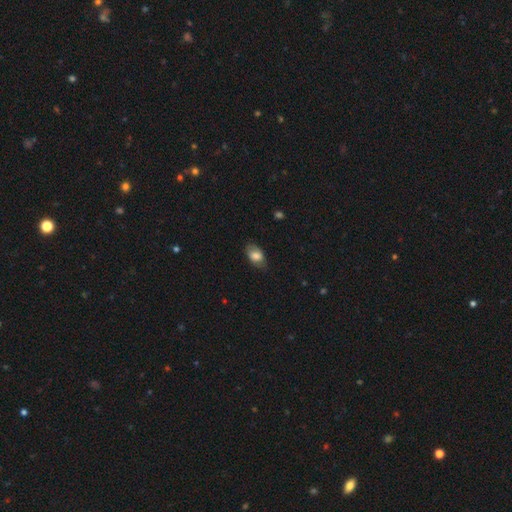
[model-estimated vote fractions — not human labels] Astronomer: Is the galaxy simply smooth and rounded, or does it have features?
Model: smooth — 76%.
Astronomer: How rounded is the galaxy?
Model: in between — 90%.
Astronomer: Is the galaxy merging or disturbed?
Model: none — 71%.